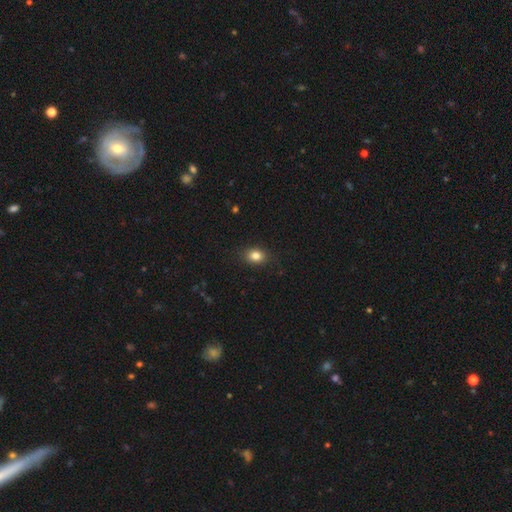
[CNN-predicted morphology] Q: Smooth or featured?
A: smooth (83%); runner-up: star or artifact (10%)
Q: How rounded?
A: in between (60%); runner-up: round (39%)
Q: Merging?
A: none (86%); runner-up: minor disturbance (10%)